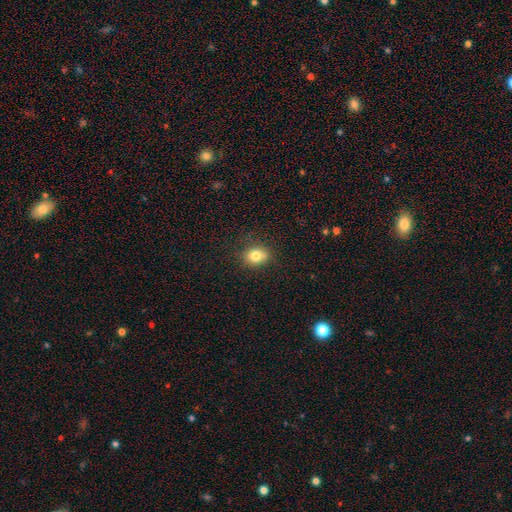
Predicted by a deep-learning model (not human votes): smooth-or-featured: smooth: 79% | star or artifact: 11% | featured or disk: 9%
  how-rounded: round: 52% | in between: 46% | cigar-shaped: 1%
  merging: none: 81% | minor disturbance: 14% | major disturbance: 3% | merger: 2%